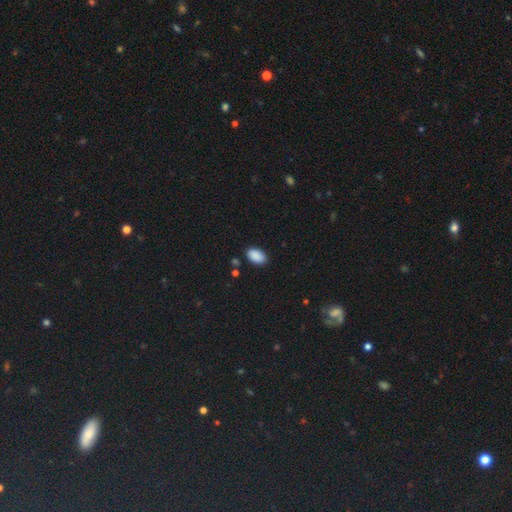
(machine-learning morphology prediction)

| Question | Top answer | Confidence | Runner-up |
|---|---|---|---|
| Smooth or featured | smooth | 89% | star or artifact (8%) |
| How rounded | in between | 93% | round (6%) |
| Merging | none | 86% | minor disturbance (10%) |